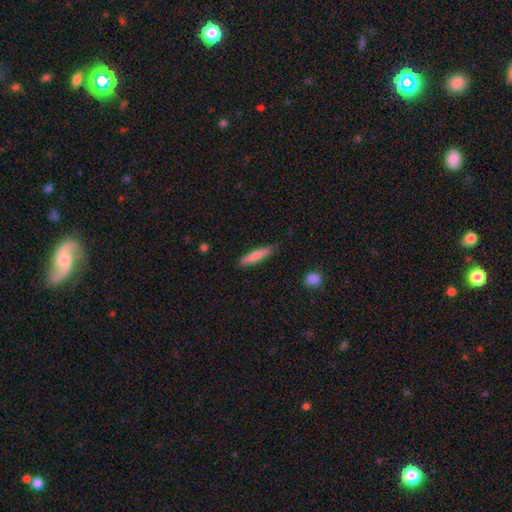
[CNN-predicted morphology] A smooth galaxy with no disk features (76%) that is cigar-shaped (81%).

Vote fractions:
- Smooth or featured? smooth: 76% / featured or disk: 19% / star or artifact: 6%
- How rounded? cigar-shaped: 81% / in between: 18% / round: 2%
- Merging? none: 80% / minor disturbance: 16% / major disturbance: 3% / merger: 2%